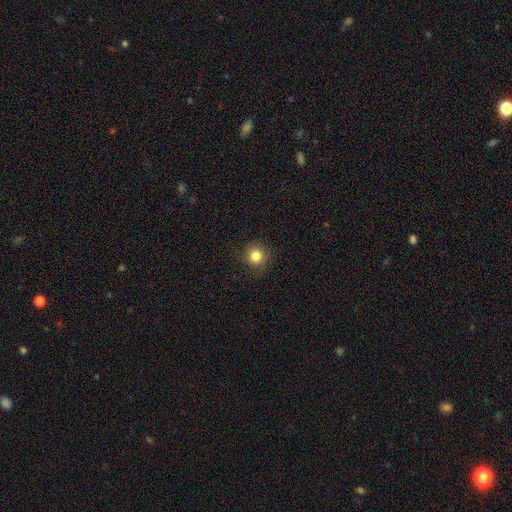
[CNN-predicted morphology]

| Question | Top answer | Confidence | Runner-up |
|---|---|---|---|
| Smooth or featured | smooth | 82% | star or artifact (11%) |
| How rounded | round | 92% | in between (7%) |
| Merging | none | 84% | minor disturbance (11%) |